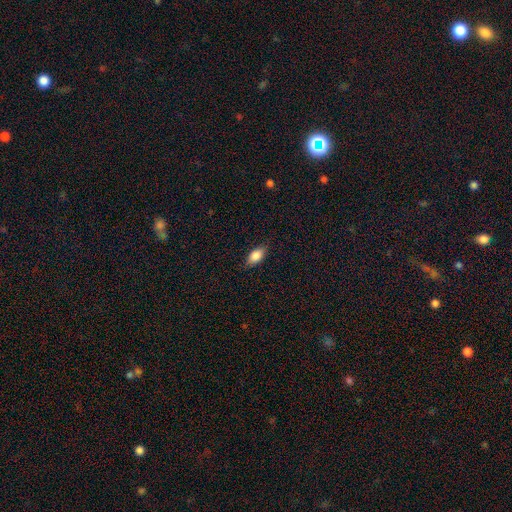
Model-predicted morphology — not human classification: smooth_or_featured: smooth (p=0.84) [alt: featured or disk p=0.09]
how_rounded: in between (p=0.89) [alt: cigar-shaped p=0.06]
merging: none (p=0.82) [alt: minor disturbance p=0.14]